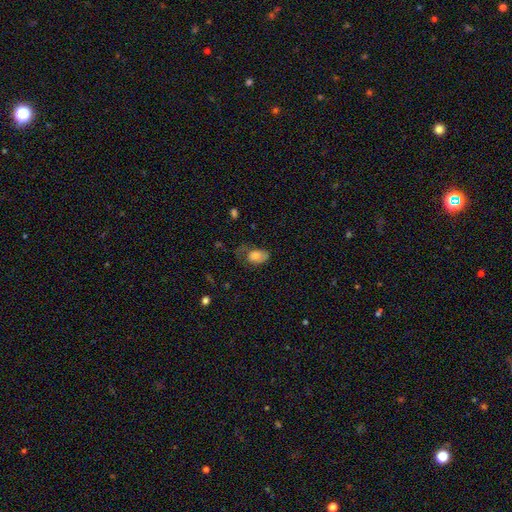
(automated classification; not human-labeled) A smooth galaxy with no disk features (72%) that is in between round and cigar-shaped (87%).

Vote fractions:
- Smooth or featured? smooth: 72% / featured or disk: 20% / star or artifact: 9%
- How rounded? in between: 87% / round: 11% / cigar-shaped: 2%
- Merging? none: 34% / major disturbance: 33% / minor disturbance: 31% / merger: 2%